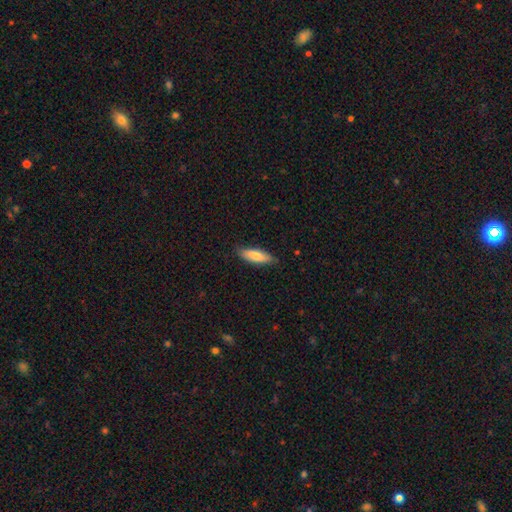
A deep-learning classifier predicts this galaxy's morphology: This appears to be a smooth galaxy with no disk features (79%) that is in between round and cigar-shaped (50%). Merging: none (82%).